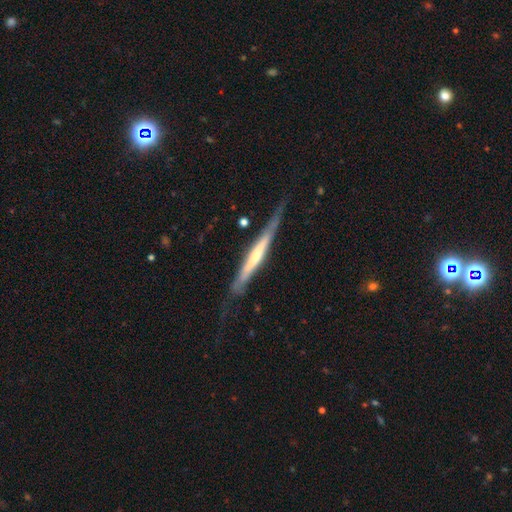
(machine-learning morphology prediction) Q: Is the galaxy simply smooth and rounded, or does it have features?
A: featured or disk — 72%.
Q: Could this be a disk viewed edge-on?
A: yes — 91%.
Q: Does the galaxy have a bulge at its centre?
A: none — 47%.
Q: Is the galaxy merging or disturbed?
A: none — 66%.